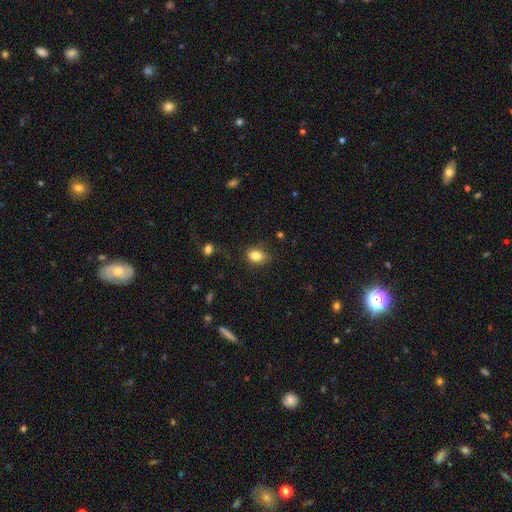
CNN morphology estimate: Q: Smooth or featured?
A: smooth (83%); runner-up: star or artifact (9%)
Q: How rounded?
A: in between (76%); runner-up: round (23%)
Q: Merging?
A: none (75%); runner-up: minor disturbance (18%)